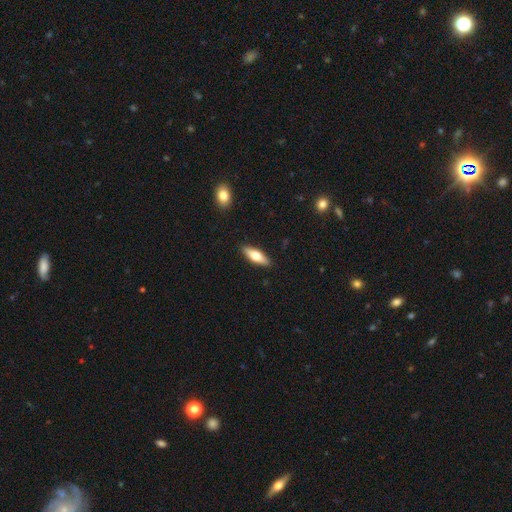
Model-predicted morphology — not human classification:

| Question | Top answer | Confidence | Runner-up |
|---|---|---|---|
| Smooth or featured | smooth | 62% | featured or disk (32%) |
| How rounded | in between | 55% | cigar-shaped (43%) |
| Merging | none | 89% | minor disturbance (8%) |